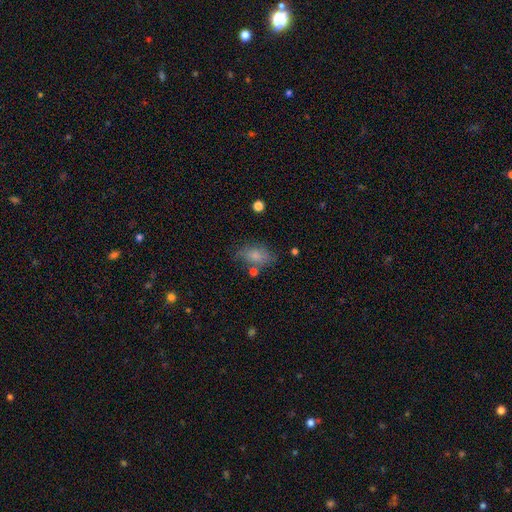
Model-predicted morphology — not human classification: This appears to be a smooth galaxy with no disk features (77%) that is in between round and cigar-shaped (85%). Merging: none (64%).